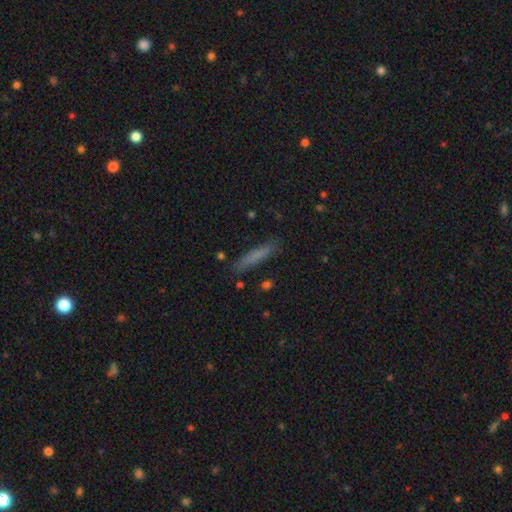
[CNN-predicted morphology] This is likely a smooth galaxy (73%). How rounded: clearly cigar-shaped (92%). Merging: clearly none (85%).